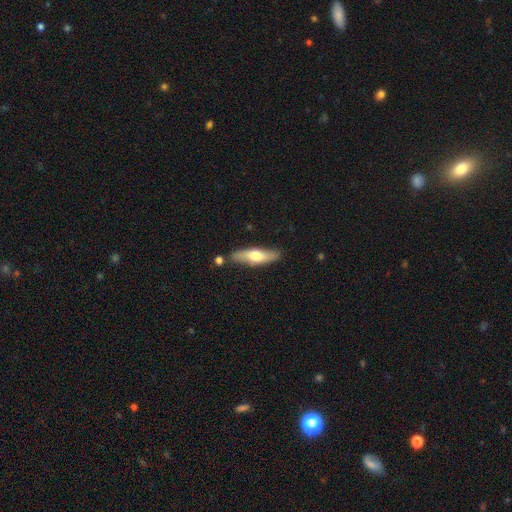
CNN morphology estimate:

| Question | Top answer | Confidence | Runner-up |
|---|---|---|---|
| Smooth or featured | smooth | 54% | featured or disk (41%) |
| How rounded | cigar-shaped | 62% | in between (36%) |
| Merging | none | 80% | minor disturbance (12%) |